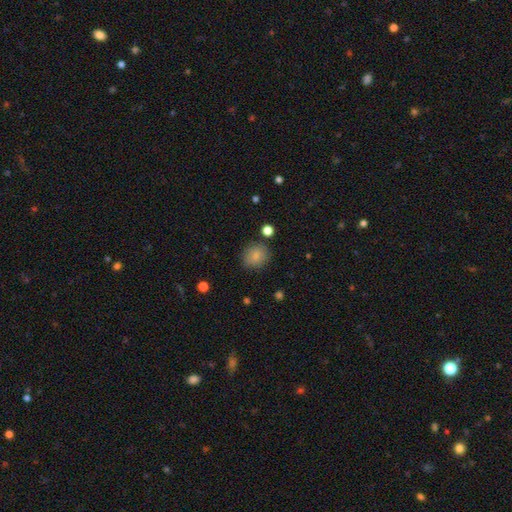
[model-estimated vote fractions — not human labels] smooth_or_featured: smooth (p=0.85) [alt: star or artifact p=0.09]
how_rounded: round (p=0.74) [alt: in between p=0.25]
merging: none (p=0.80) [alt: minor disturbance p=0.13]